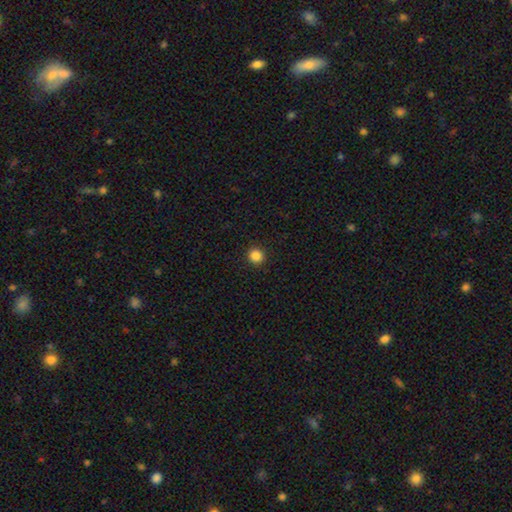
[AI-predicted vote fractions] Q: Smooth or featured?
A: smooth (85%); runner-up: star or artifact (11%)
Q: How rounded?
A: round (93%); runner-up: in between (6%)
Q: Merging?
A: none (93%); runner-up: minor disturbance (4%)